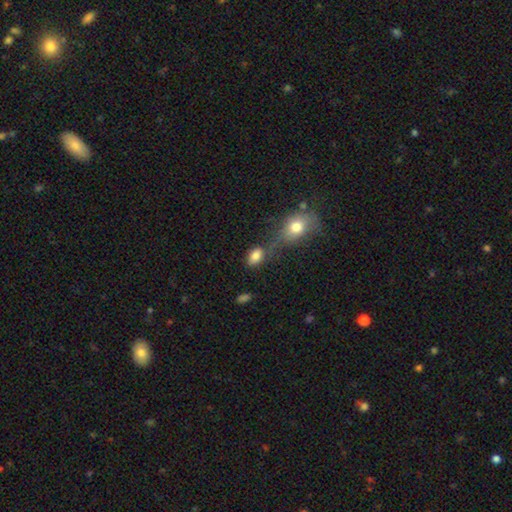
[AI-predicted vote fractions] smooth_or_featured: smooth (p=0.83) [alt: star or artifact p=0.10]
how_rounded: in between (p=0.83) [alt: round p=0.15]
merging: none (p=0.52) [alt: merger p=0.26]